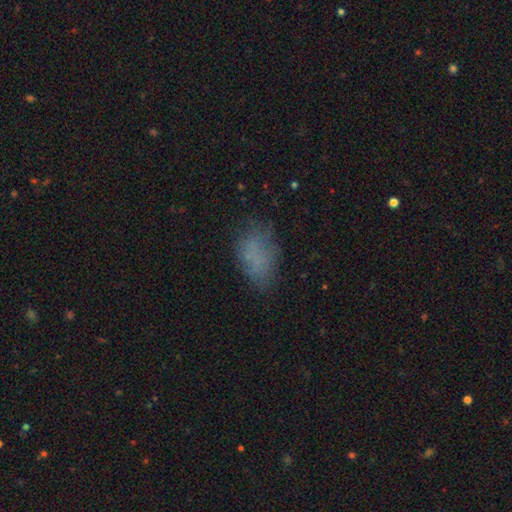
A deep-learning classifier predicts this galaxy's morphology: Smooth or featured? Predicted: smooth (p=0.69). How rounded? Predicted: in between (p=0.89). Merging? Predicted: none (p=0.63).